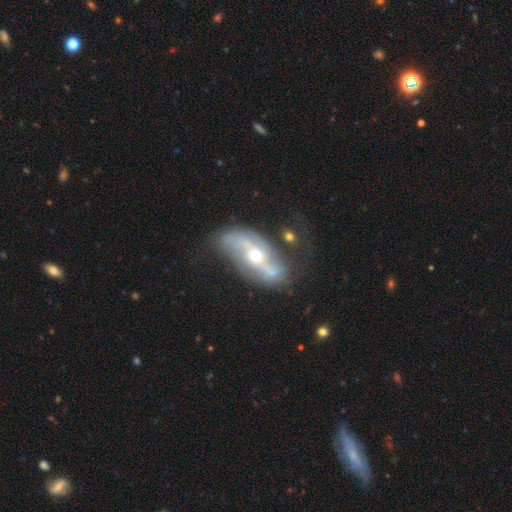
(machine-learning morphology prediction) Smooth or featured? featured or disk (85%)
Edge-on disk? no (93%)
Bar? no (44%)
Spiral arms? yes (90%)
Spiral winding? loose (63%)
Spiral arm count? 2 (89%)
Bulge size? moderate (52%)
Merging? none (57%)